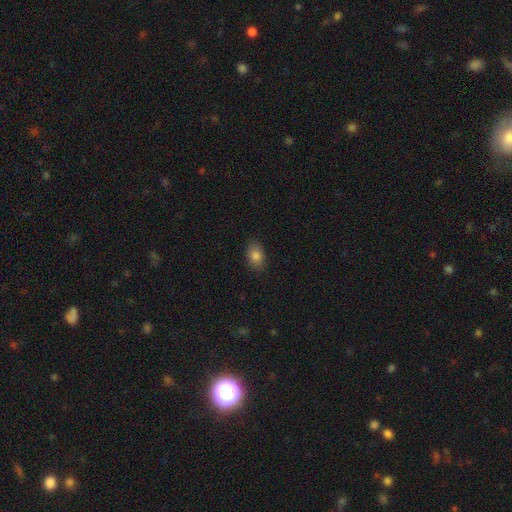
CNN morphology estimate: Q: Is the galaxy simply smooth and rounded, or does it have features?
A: smooth — 84%.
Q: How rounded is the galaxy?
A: in between — 83%.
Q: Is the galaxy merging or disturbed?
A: none — 86%.